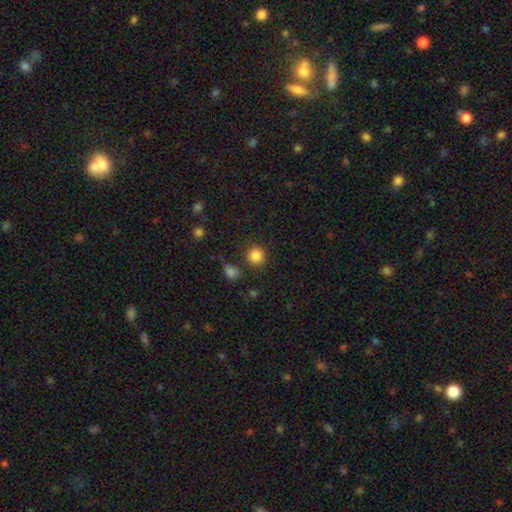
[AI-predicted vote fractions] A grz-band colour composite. It shows a smooth galaxy with no disk features (85%) that is round (92%). Merging: none (84%).